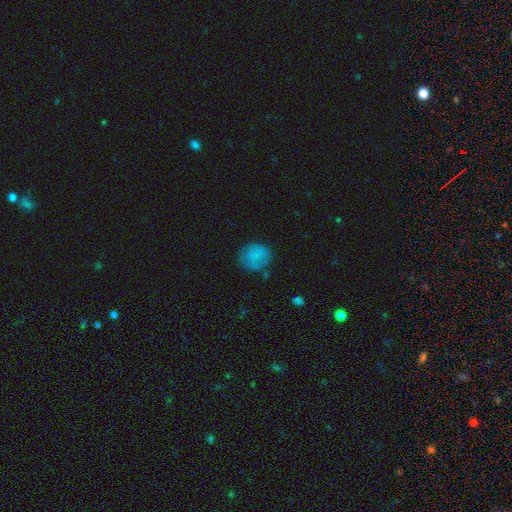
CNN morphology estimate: smooth_or_featured: smooth (p=0.76) [alt: featured or disk p=0.14]
how_rounded: round (p=0.76) [alt: in between p=0.23]
merging: none (p=0.67) [alt: minor disturbance p=0.22]